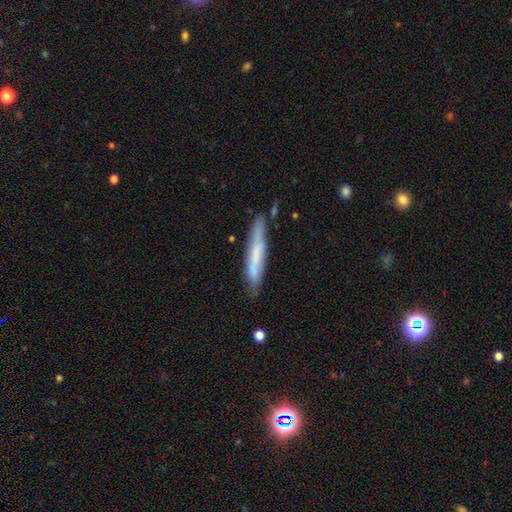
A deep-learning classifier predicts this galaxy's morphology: Smooth or featured: smooth — 55% (featured or disk — 39%)
How rounded: cigar-shaped — 92% (in between — 6%)
Merging: none — 75% (minor disturbance — 19%)